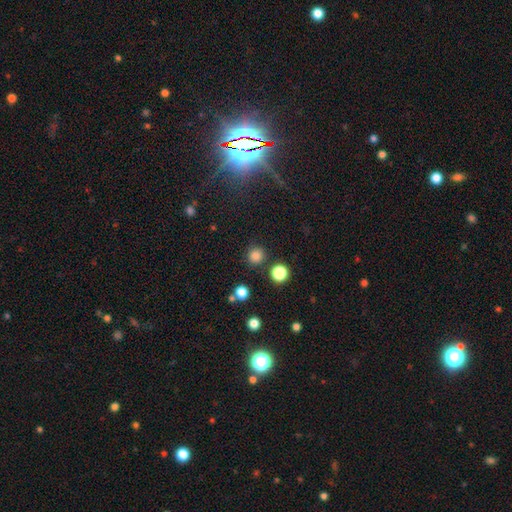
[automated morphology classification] This appears to be a smooth galaxy with no disk features (82%) that is round (93%). Merging: none (86%).